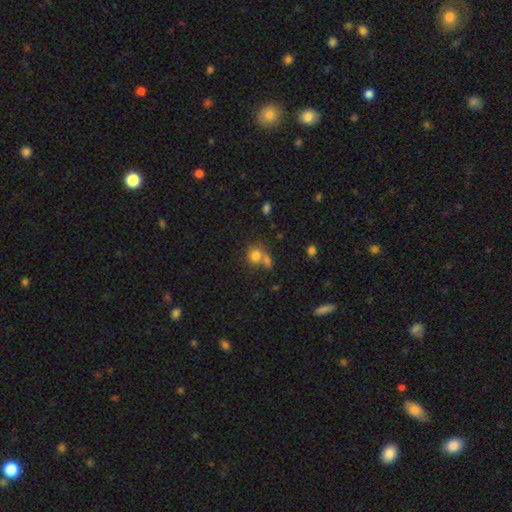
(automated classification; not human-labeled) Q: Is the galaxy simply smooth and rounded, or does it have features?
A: smooth — 78%.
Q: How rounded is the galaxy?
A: round — 73%.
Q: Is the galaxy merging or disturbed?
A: merger — 42%.